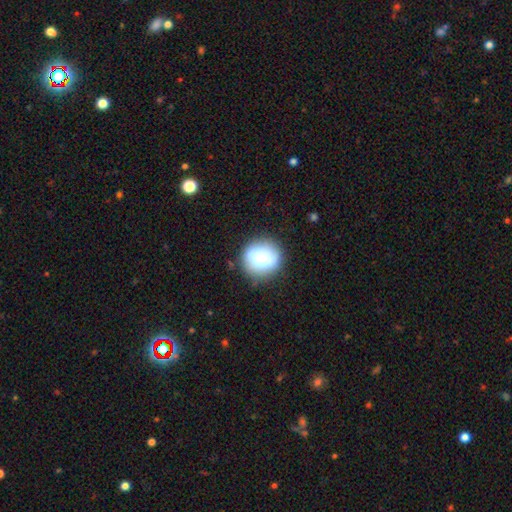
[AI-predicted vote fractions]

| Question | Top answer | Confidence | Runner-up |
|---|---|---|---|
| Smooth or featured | smooth | 74% | featured or disk (15%) |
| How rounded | round | 91% | in between (8%) |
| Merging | none | 85% | minor disturbance (10%) |